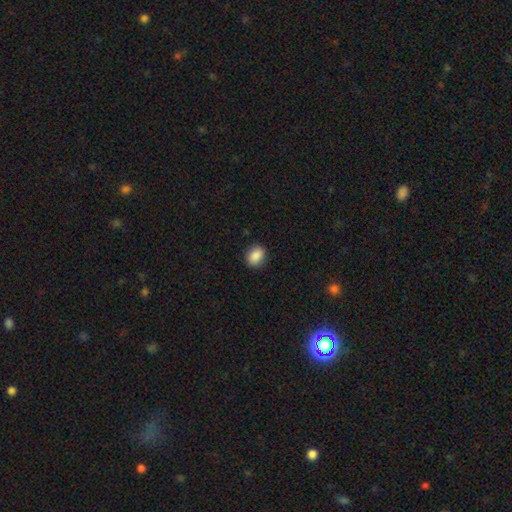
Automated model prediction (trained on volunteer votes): Overall: smooth (88%). How rounded: in between (59%; round 40%). Merging: none (89%).